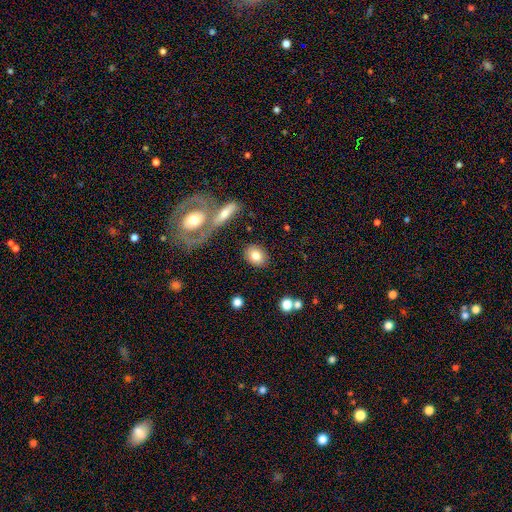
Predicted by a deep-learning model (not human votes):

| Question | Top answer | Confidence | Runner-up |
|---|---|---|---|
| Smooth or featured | smooth | 79% | featured or disk (14%) |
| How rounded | in between | 53% | round (45%) |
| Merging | none | 83% | minor disturbance (9%) |